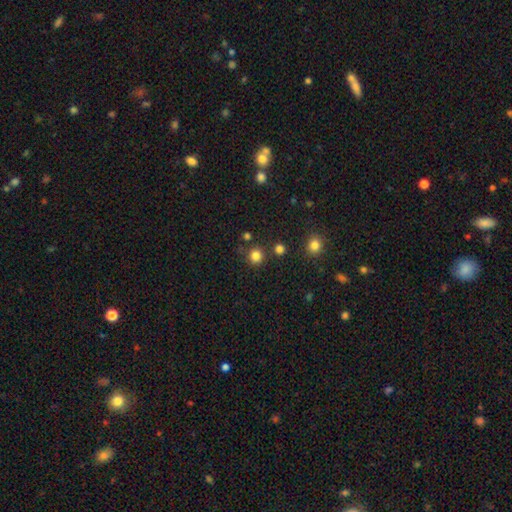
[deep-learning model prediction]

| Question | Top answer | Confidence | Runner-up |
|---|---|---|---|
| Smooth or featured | smooth | 82% | star or artifact (14%) |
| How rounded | round | 92% | in between (7%) |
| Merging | none | 82% | minor disturbance (8%) |